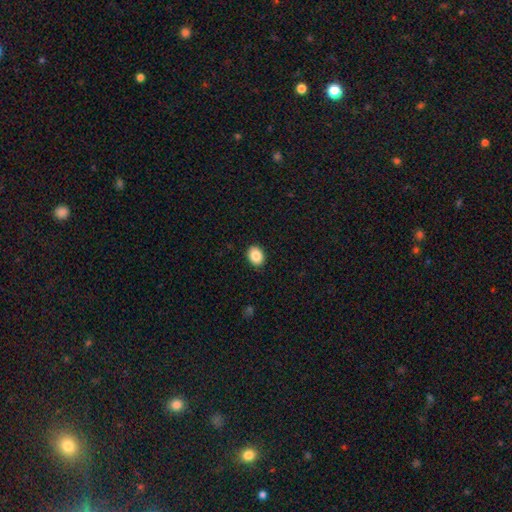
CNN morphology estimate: Smooth or featured? smooth (87%)
How rounded? in between (59%)
Merging? none (90%)